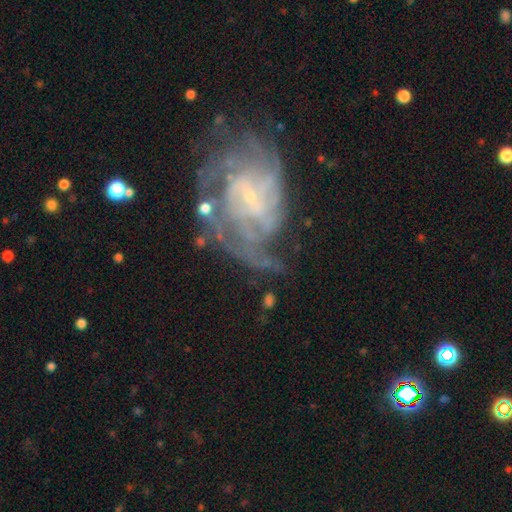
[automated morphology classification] The model was most divided on "bar": no: 47%, weak: 42%, strong: 11%. Remaining: edge-on disk — no (97%); spiral arms — yes (89%); smooth or featured — featured or disk (83%); bulge size — small (79%); spiral winding — tight (51%); merging — none (50%); spiral arm count — can't tell (42%).